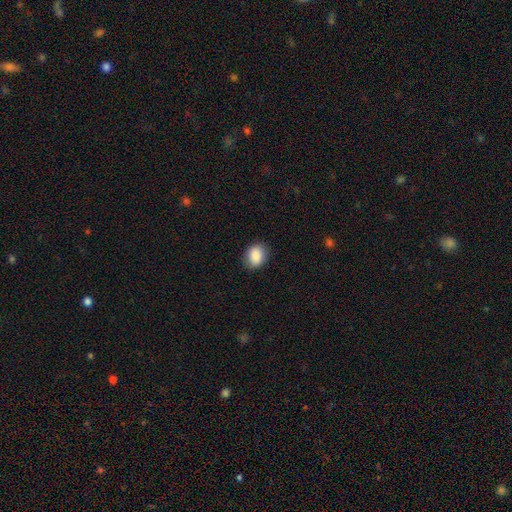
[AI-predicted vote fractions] smooth 88%, star or artifact 7%, featured or disk 5%. Down the decision tree: how rounded — in between (58%); merging — none (85%).